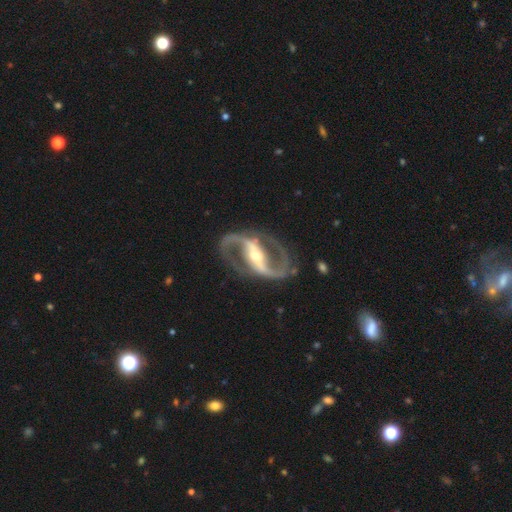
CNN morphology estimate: featured or disk 93%, star or artifact 4%, smooth 3%. Down the decision tree: edge-on disk — no (97%); bar — strong (72%); spiral arms — yes (97%); spiral arm count — 2 (94%); spiral winding — medium (59%); bulge size — moderate (50%); merging — none (83%).